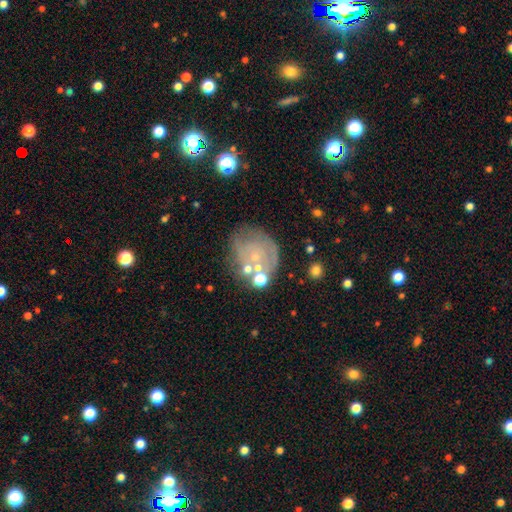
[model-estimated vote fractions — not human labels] A featured or disk galaxy (52%) with no bar (83%), spiral arms (57%) and a small central bulge (73%).

Vote fractions:
- Smooth or featured? featured or disk: 52% / smooth: 33% / star or artifact: 15%
- Edge-on disk? no: 97% / yes: 3%
- Bar? no: 83% / weak: 13% / strong: 3%
- Spiral arms? yes: 57% / no: 43%
- Bulge size? small: 73% / none: 14% / moderate: 10% / large: 1% / dominant: 1%
- Merging? none: 59% / minor disturbance: 21% / major disturbance: 12% / merger: 8%